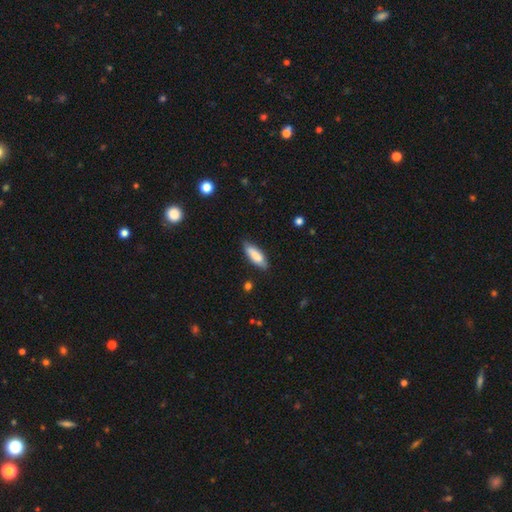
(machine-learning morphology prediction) A smooth galaxy with no disk features (81%) that is in between round and cigar-shaped (58%).

Vote fractions:
- Smooth or featured? smooth: 81% / featured or disk: 14% / star or artifact: 6%
- How rounded? in between: 58% / cigar-shaped: 41% / round: 2%
- Merging? none: 80% / minor disturbance: 16% / major disturbance: 2% / merger: 1%